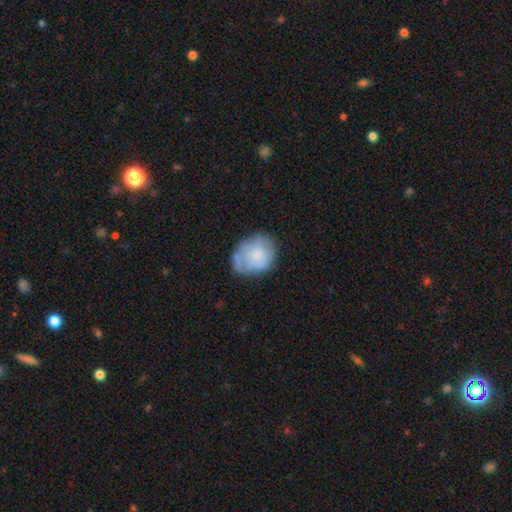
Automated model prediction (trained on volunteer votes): A smooth galaxy with no disk features (66%) that is round (54%). Merging: none (53%).